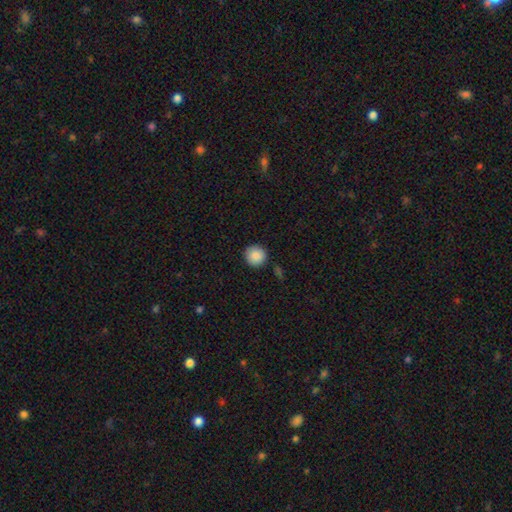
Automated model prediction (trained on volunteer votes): A smooth galaxy with no disk features (88%) that is round (94%). Merging: none (90%).